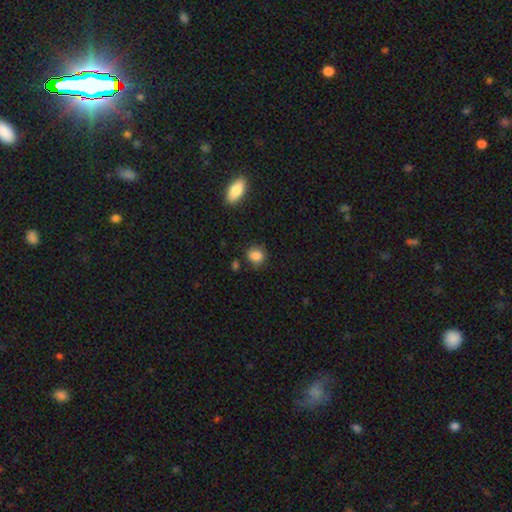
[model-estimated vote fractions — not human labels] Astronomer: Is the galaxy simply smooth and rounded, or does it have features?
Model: smooth — 86%.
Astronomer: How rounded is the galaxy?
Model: round — 63%.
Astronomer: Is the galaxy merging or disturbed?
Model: none — 77%.